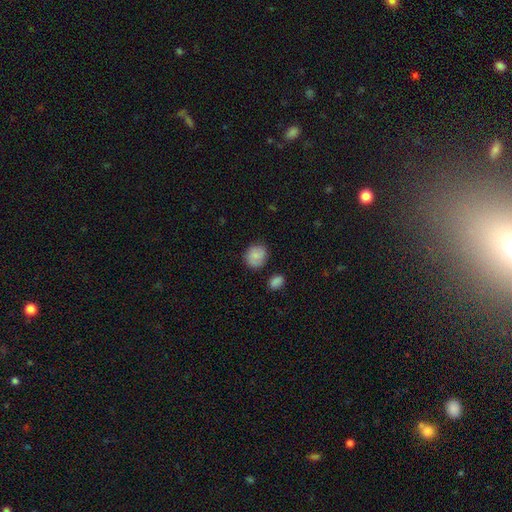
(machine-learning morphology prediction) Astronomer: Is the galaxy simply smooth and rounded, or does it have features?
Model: smooth — 80%.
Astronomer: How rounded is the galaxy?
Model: round — 71%.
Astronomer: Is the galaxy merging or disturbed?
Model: none — 76%.